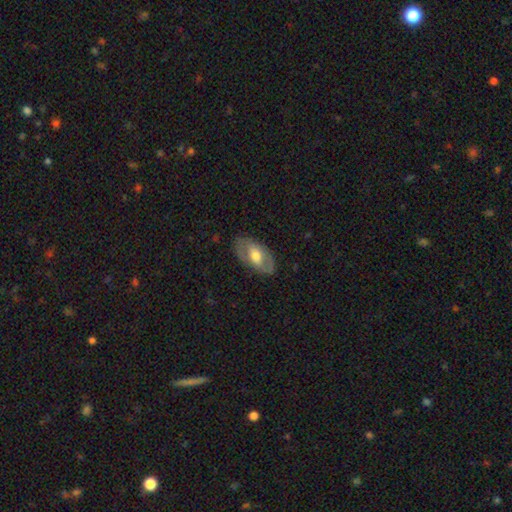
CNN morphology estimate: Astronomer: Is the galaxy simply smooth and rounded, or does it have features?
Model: featured or disk — 50% (runner-up: smooth, 45%).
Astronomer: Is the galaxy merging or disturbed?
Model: none — 80%.